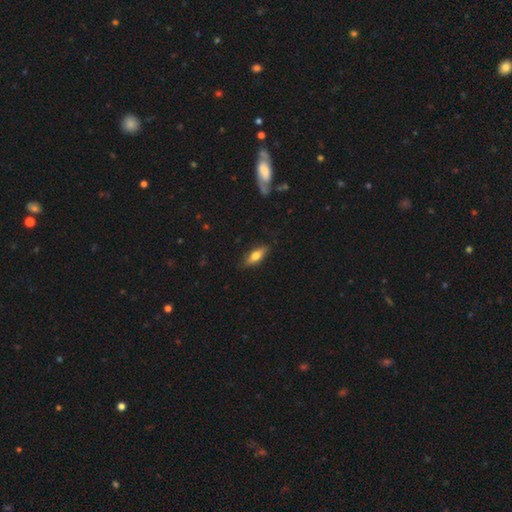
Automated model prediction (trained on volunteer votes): Overall: smooth (65%; featured or disk 28%). How rounded: in between (63%; cigar-shaped 34%). Merging: none (84%).